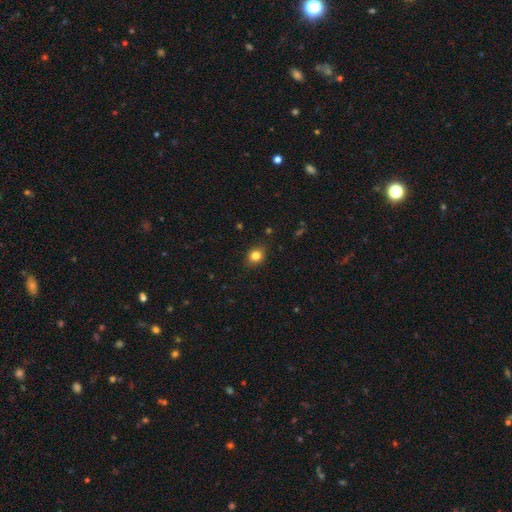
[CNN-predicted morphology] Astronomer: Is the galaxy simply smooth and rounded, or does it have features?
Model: smooth — 82%.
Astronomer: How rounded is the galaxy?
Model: round — 56% (runner-up: in between, 43%).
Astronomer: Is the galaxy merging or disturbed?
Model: none — 87%.